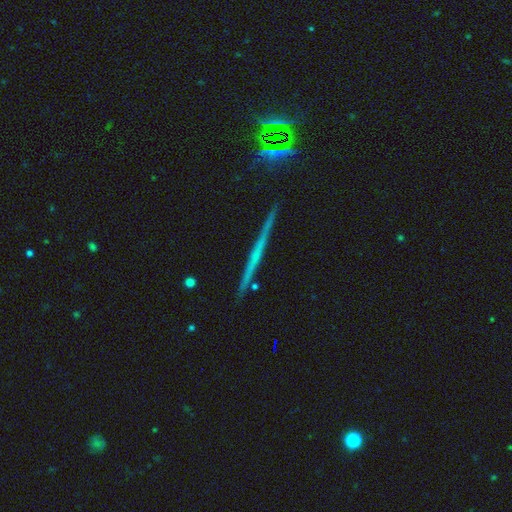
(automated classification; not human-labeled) Smooth or featured?
  - featured or disk: 62% *
  - smooth: 25%
  - star or artifact: 13%
Edge-on disk?
  - yes: 97% *
  - no: 3%
Edge-on bulge?
  - none: 85% *
  - rounded: 10%
  - boxy: 5%
Merging?
  - none: 90% *
  - minor disturbance: 7%
  - major disturbance: 2%
  - merger: 2%